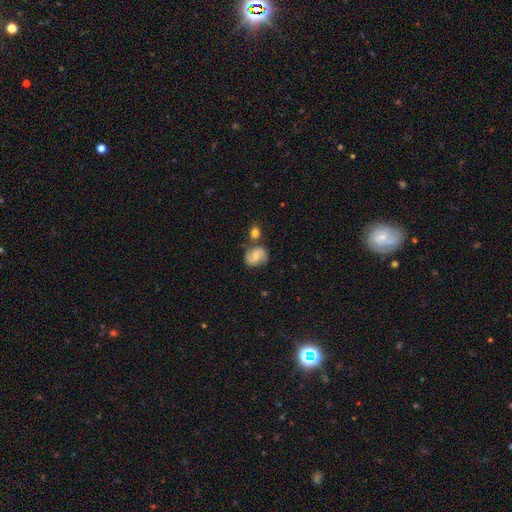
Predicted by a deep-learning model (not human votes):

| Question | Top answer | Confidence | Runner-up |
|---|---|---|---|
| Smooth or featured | featured or disk | 47% | smooth (44%) |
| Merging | none | 59% | minor disturbance (19%) |